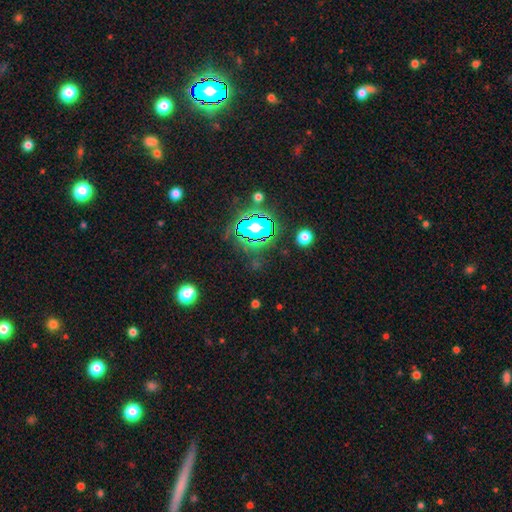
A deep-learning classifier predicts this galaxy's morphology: This appears to be a star or artifact, not a galaxy (77%).